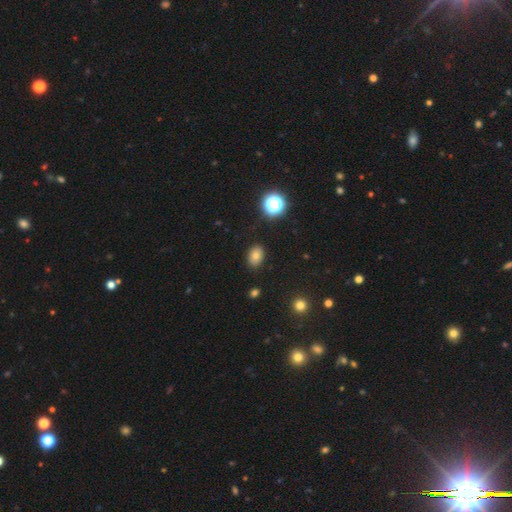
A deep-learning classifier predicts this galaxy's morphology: type=smooth (76%); roundness=in between (80%); merging=none (86%).